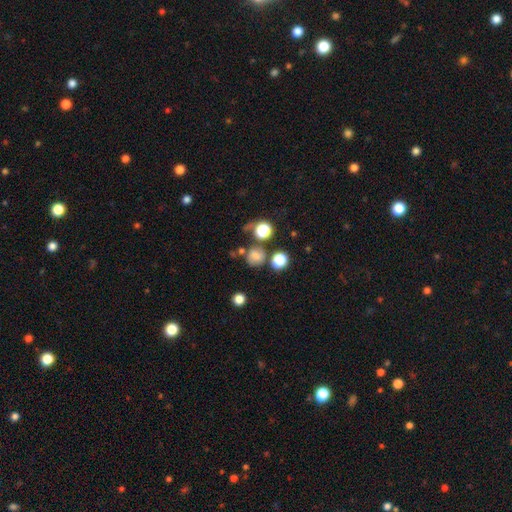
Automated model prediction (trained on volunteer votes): This is likely a smooth galaxy (68%). How rounded: likely round (80%). Merging: likely none (61%).